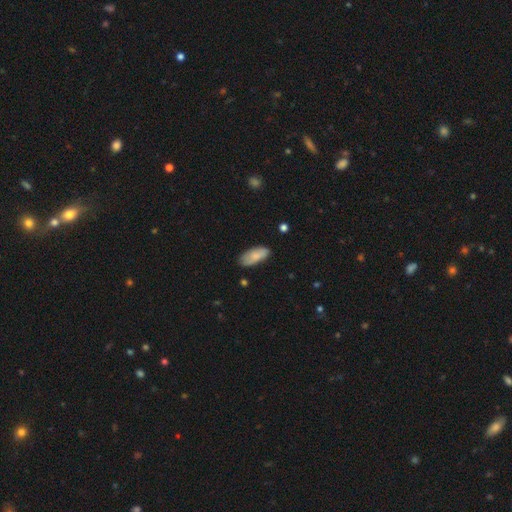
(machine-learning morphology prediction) This appears to be a smooth galaxy with no disk features (80%) that is in between round and cigar-shaped (86%). Merging: none (75%).